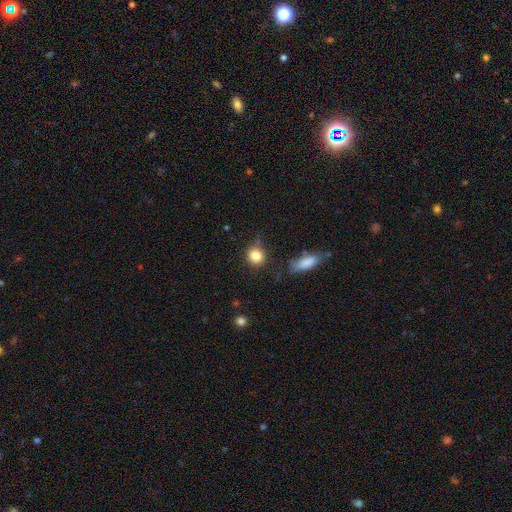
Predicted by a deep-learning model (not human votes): smooth-or-featured: smooth: 84% | star or artifact: 10% | featured or disk: 6%
  how-rounded: round: 84% | in between: 15% | cigar-shaped: 2%
  merging: none: 77% | minor disturbance: 13% | merger: 5% | major disturbance: 4%